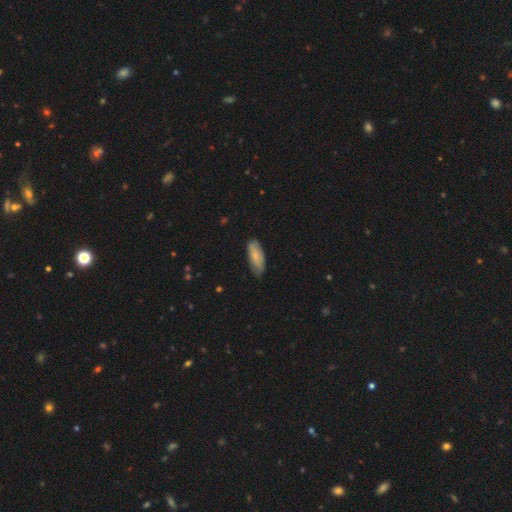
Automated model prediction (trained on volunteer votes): Smooth or featured: smooth — 73% (featured or disk — 21%)
How rounded: in between — 79% (cigar-shaped — 19%)
Merging: none — 71% (minor disturbance — 24%)